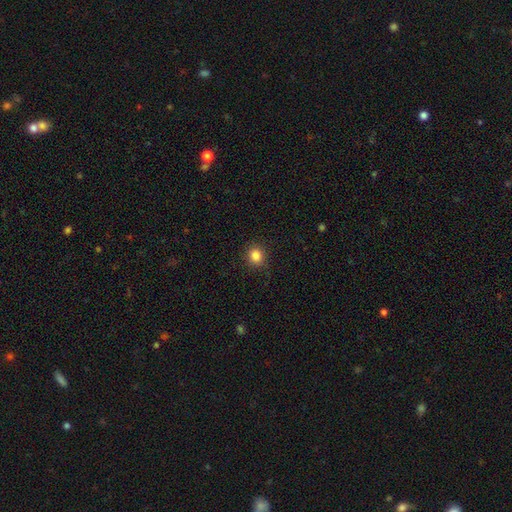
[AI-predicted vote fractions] Morphology: type=smooth (85%); roundness=round (85%); merging=none (90%).